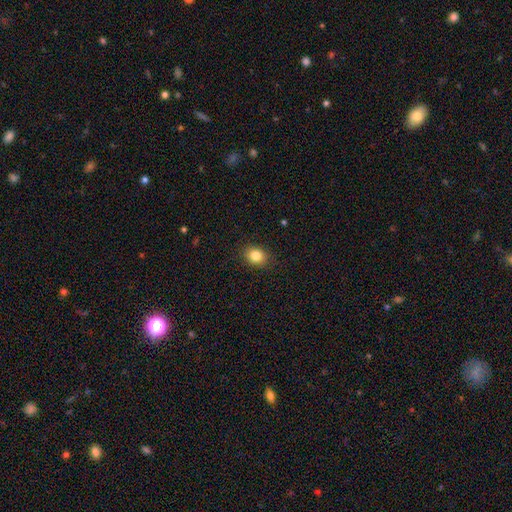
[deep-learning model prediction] This is clearly a smooth galaxy (84%). How rounded: possibly round (55%). Merging: clearly none (88%).